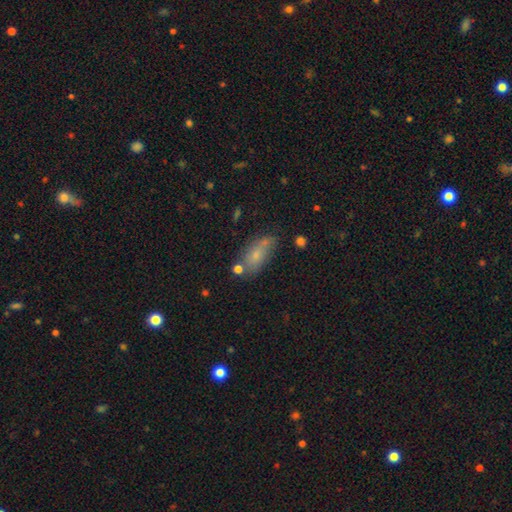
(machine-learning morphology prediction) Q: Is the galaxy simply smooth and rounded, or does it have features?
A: smooth — 72%.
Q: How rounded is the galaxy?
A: in between — 82%.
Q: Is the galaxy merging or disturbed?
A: none — 56%.